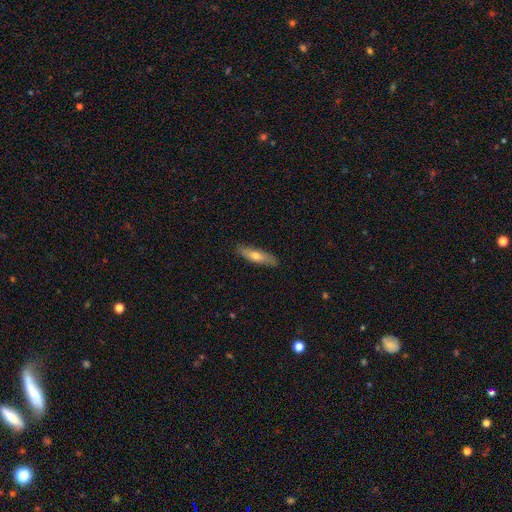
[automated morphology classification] Overall: smooth (58%; featured or disk 36%). How rounded: cigar-shaped (74%). Merging: none (87%).